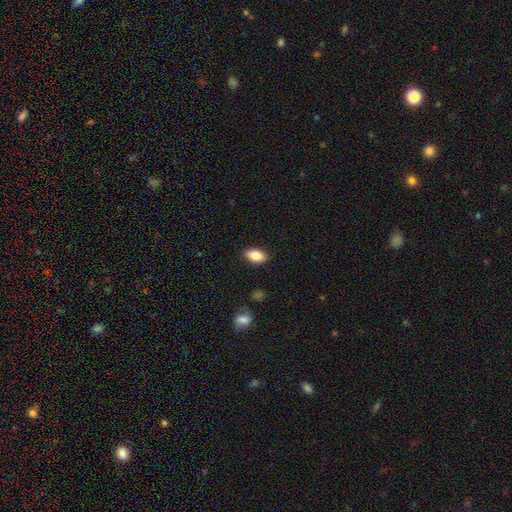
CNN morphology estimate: The model was most divided on "smooth or featured": smooth: 84%, featured or disk: 9%, star or artifact: 8%. More confident: how rounded — in between (89%); merging — none (87%).